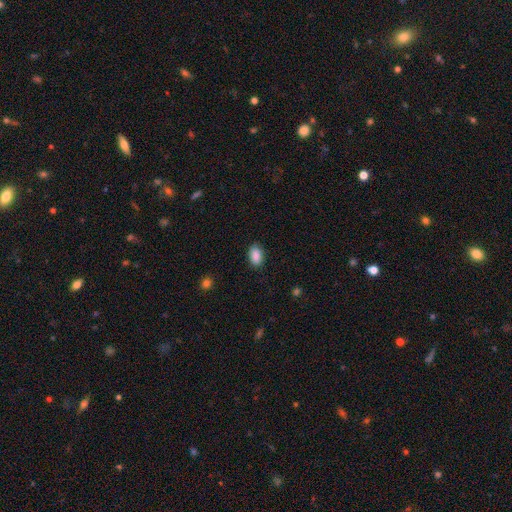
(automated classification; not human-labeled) Overall: smooth (89%). How rounded: in between (91%). Merging: none (84%).